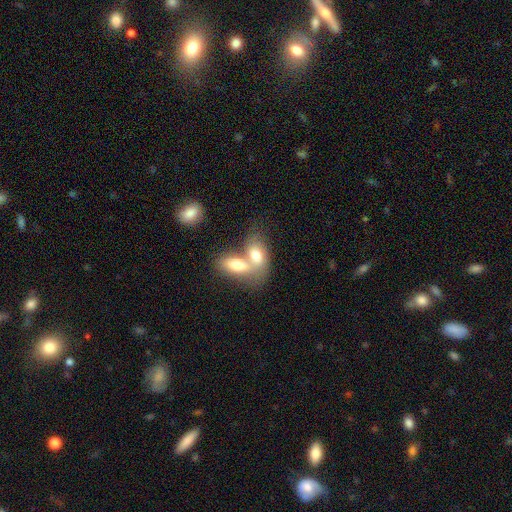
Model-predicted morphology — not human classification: Smooth or featured?
  - smooth: 71% *
  - featured or disk: 22%
  - star or artifact: 7%
How rounded?
  - in between: 86% *
  - round: 9%
  - cigar-shaped: 5%
Merging?
  - merger: 72% *
  - none: 18%
  - minor disturbance: 6%
  - major disturbance: 4%